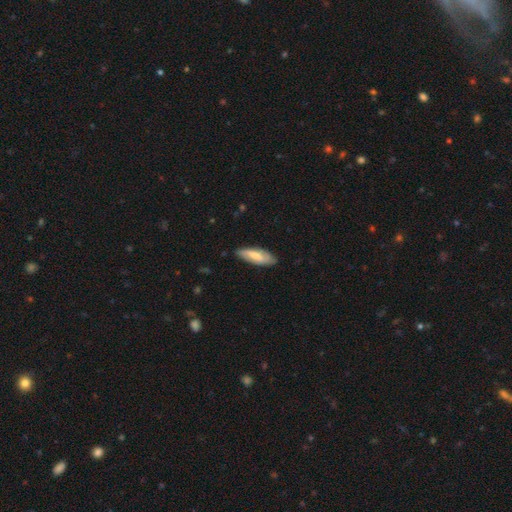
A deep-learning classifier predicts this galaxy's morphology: Smooth or featured? smooth (58%)
How rounded? in between (63%)
Merging? none (76%)